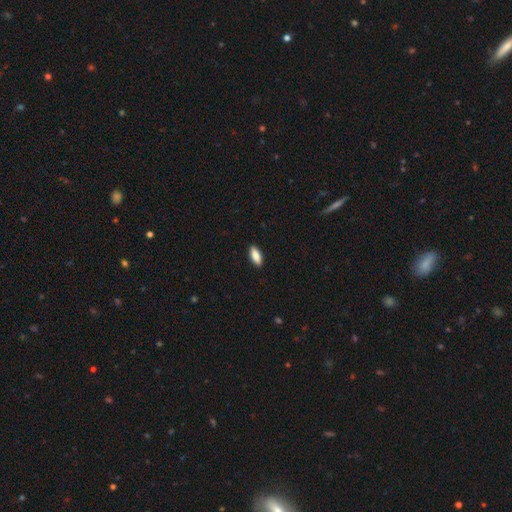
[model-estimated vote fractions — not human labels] The model was most divided on "how rounded": in between: 78%, cigar-shaped: 20%, round: 2%. More confident: merging — none (91%); smooth or featured — smooth (86%).